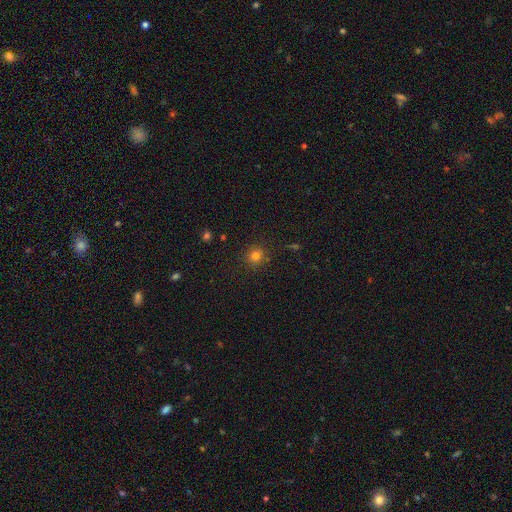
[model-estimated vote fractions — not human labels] This is likely a smooth galaxy (77%). How rounded: clearly round (89%). Merging: clearly none (87%).